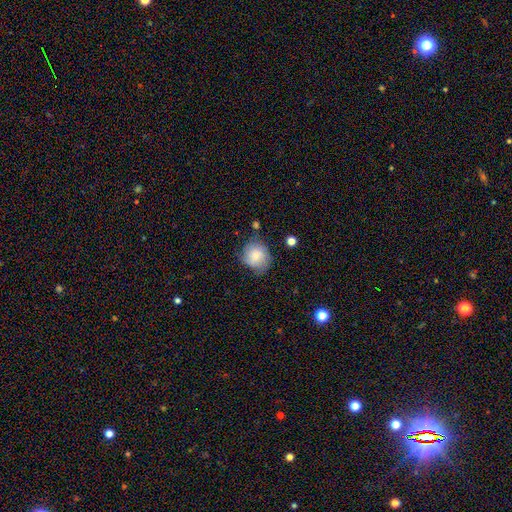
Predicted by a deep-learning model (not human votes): The model was most divided on "merging": none: 59%, minor disturbance: 29%, major disturbance: 9%, merger: 3%. More confident: how rounded — round (77%); smooth or featured — smooth (71%).